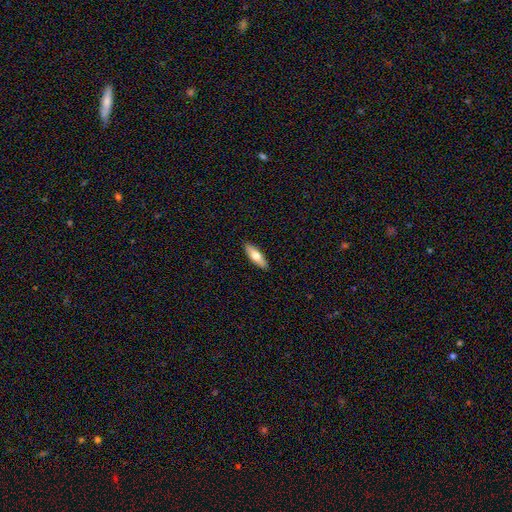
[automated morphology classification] smooth-or-featured: smooth: 63% | featured or disk: 31% | star or artifact: 6%
  how-rounded: in between: 50% | cigar-shaped: 47% | round: 2%
  merging: none: 90% | minor disturbance: 7% | major disturbance: 2% | merger: 1%